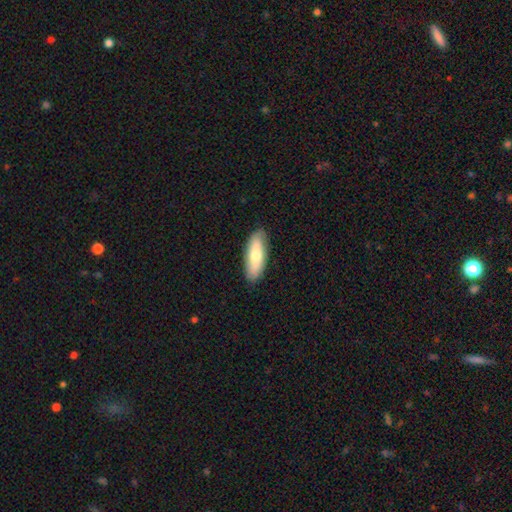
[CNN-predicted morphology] smooth-or-featured: smooth: 67% | featured or disk: 28% | star or artifact: 6%
  how-rounded: in between: 63% | cigar-shaped: 35% | round: 2%
  merging: none: 87% | minor disturbance: 10% | major disturbance: 2% | merger: 1%